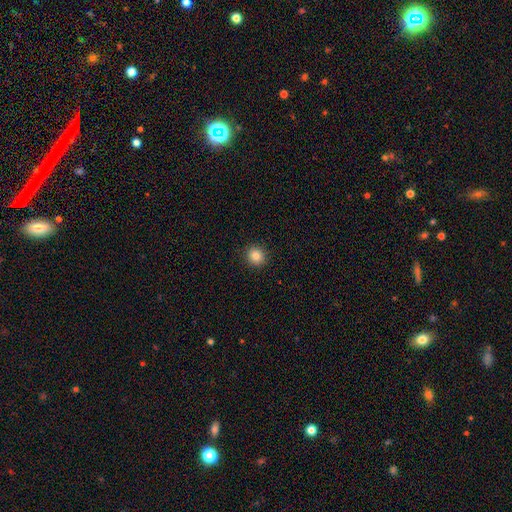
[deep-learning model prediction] This appears to be a smooth galaxy with no disk features (84%) that is round (89%). Merging: none (92%).